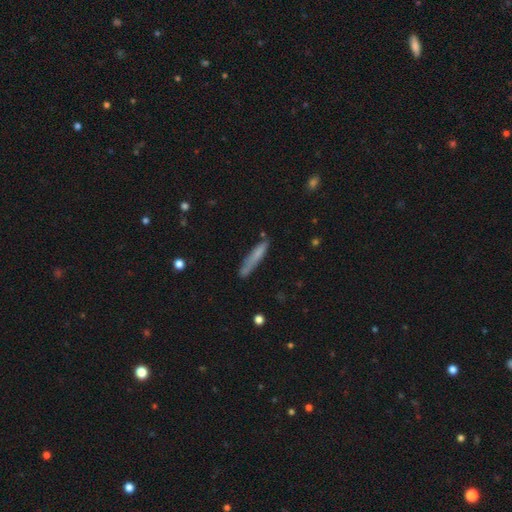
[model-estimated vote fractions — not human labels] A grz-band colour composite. It shows a smooth galaxy with no disk features (70%) that is cigar-shaped (92%). Merging: none (71%).